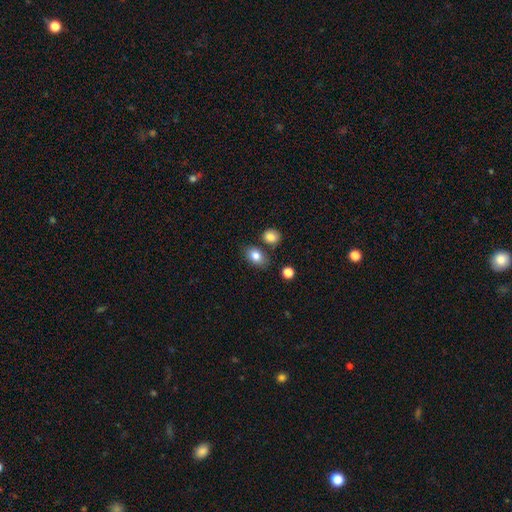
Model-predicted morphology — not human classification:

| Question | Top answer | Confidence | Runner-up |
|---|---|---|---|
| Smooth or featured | smooth | 82% | featured or disk (9%) |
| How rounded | in between | 74% | round (25%) |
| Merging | none | 71% | minor disturbance (13%) |